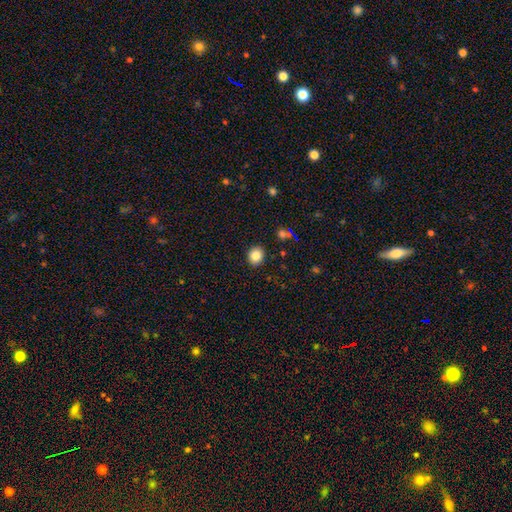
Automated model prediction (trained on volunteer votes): A smooth galaxy with no disk features (84%) that is round (71%). Merging: none (91%).